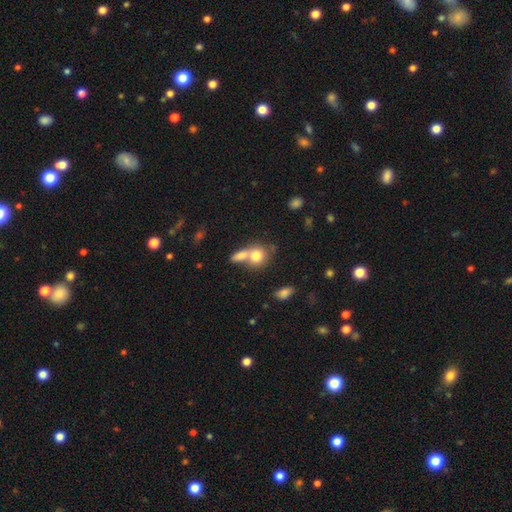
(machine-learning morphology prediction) This is likely a smooth galaxy (77%). How rounded: likely round (61%). Merging: possibly merger (56%).